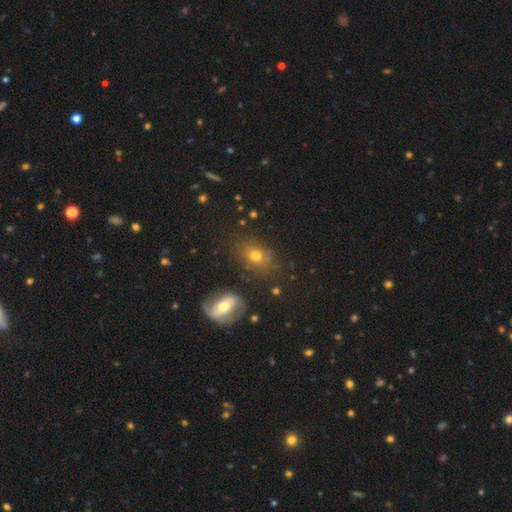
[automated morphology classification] The model was most divided on "how rounded": in between: 66%, round: 31%, cigar-shaped: 2%. More confident: merging — none (72%); smooth or featured — smooth (66%).